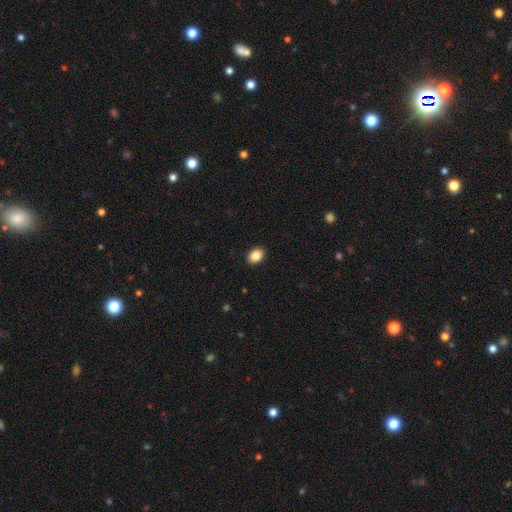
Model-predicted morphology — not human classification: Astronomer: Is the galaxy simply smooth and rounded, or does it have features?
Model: smooth — 87%.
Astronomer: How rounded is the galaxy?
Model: in between — 70%.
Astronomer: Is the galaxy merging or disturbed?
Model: none — 91%.